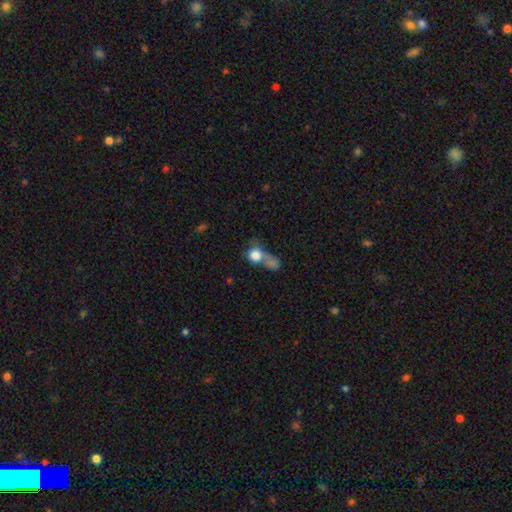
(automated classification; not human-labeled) smooth-or-featured: smooth: 75% | featured or disk: 15% | star or artifact: 10%
  how-rounded: round: 71% | in between: 26% | cigar-shaped: 3%
  merging: merger: 53% | none: 22% | major disturbance: 17% | minor disturbance: 9%